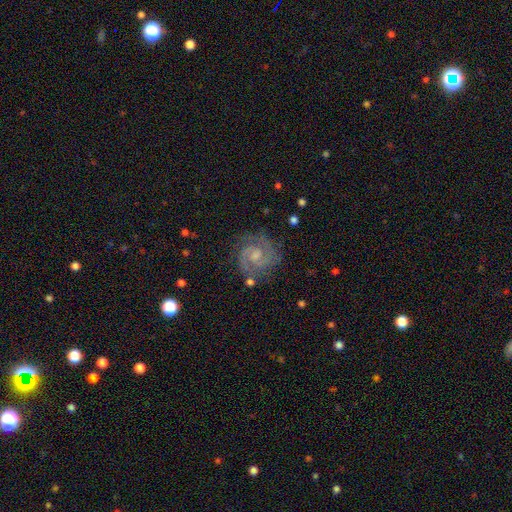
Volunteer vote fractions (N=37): Smooth or featured? featured or disk (81%)
Edge-on disk? no (97%)
Bar? no (48%)
Spiral arms? yes (100%)
Spiral winding? tight (69%)
Spiral arm count? 2 (76%)
Bulge size? small (45%)
Merging? none (69%)